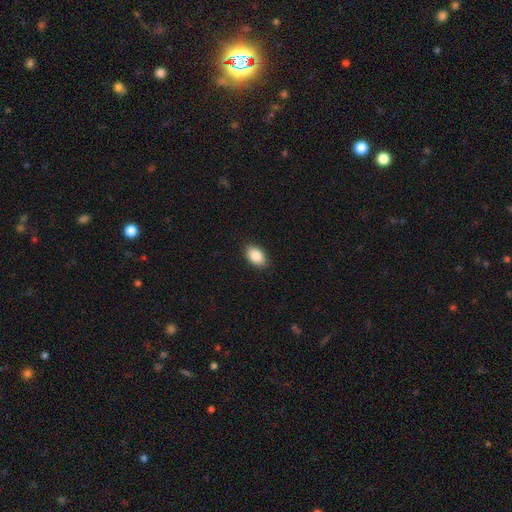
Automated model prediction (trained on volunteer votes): Morphology: type=smooth (89%); roundness=in between (91%); merging=none (88%).